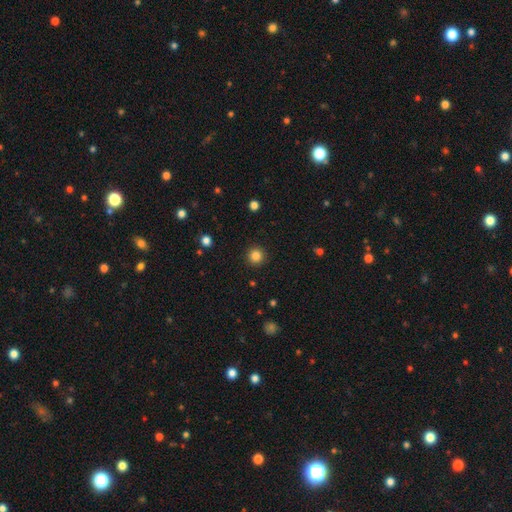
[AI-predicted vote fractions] Smooth or featured? smooth (84%)
How rounded? round (95%)
Merging? none (92%)